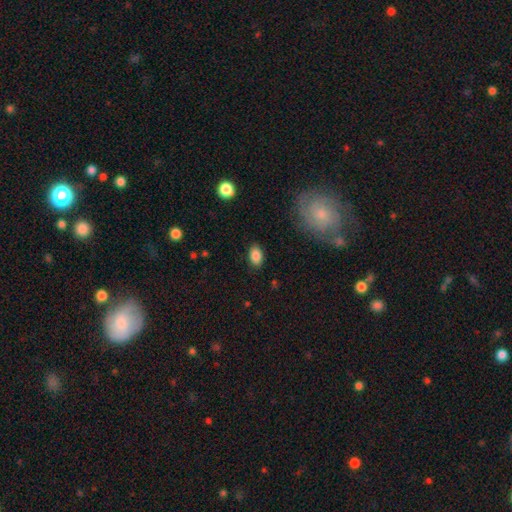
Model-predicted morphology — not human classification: smooth-or-featured: smooth: 86% | star or artifact: 8% | featured or disk: 6%
  how-rounded: in between: 87% | round: 11% | cigar-shaped: 1%
  merging: none: 86% | minor disturbance: 10% | major disturbance: 3% | merger: 1%